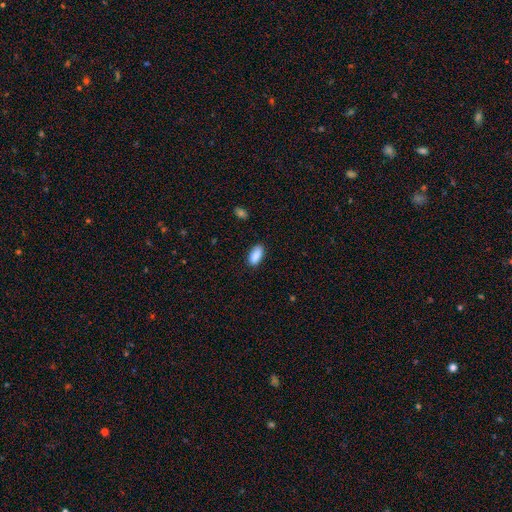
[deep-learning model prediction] Overall: smooth (89%). How rounded: in between (88%). Merging: none (84%).